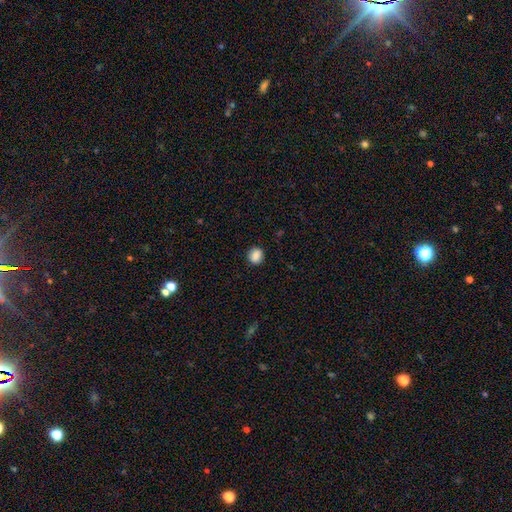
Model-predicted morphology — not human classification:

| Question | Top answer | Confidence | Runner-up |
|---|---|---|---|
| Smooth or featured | smooth | 87% | star or artifact (9%) |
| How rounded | round | 81% | in between (18%) |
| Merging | none | 89% | minor disturbance (8%) |